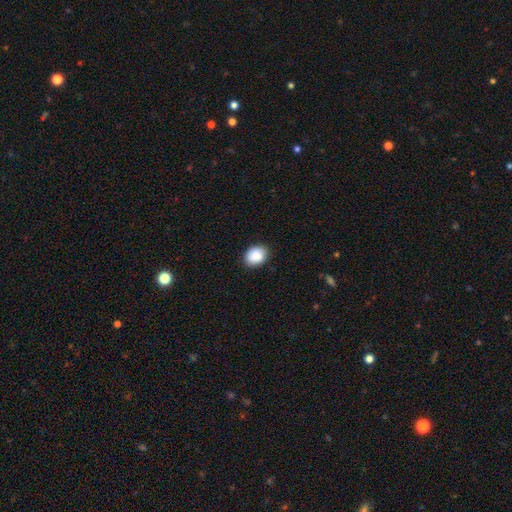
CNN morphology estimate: The model was most divided on "how rounded": in between: 53%, round: 46%, cigar-shaped: 1%. More confident: smooth or featured — smooth (89%); merging — none (87%).